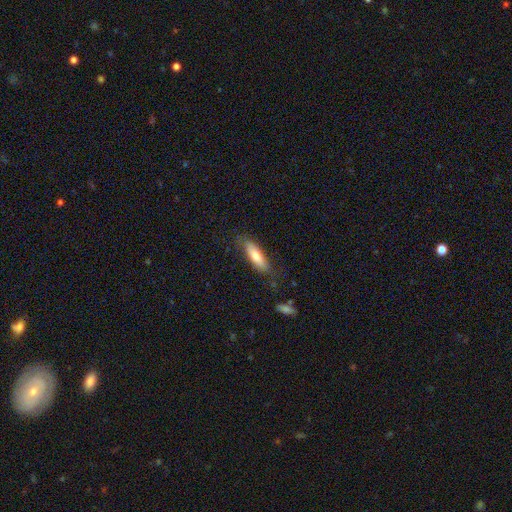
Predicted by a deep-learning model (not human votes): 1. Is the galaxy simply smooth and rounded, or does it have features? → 72% smooth, 21% featured or disk, 6% star or artifact.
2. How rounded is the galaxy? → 50% in between, 48% cigar-shaped, 2% round.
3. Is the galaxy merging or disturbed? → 78% none, 16% minor disturbance, 4% major disturbance, 2% merger.